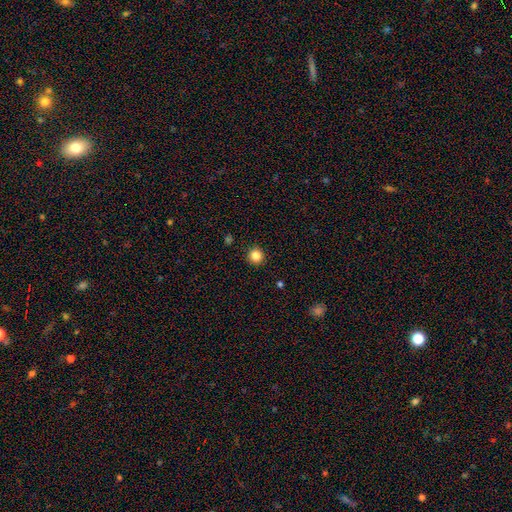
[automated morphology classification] Q: Smooth or featured?
A: smooth (85%); runner-up: star or artifact (11%)
Q: How rounded?
A: round (95%); runner-up: in between (4%)
Q: Merging?
A: none (92%); runner-up: minor disturbance (5%)